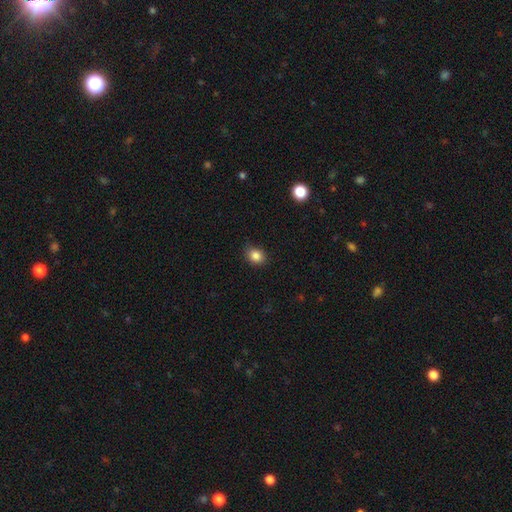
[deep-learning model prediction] Smooth or featured: smooth — 84% (star or artifact — 11%)
How rounded: round — 60% (in between — 39%)
Merging: none — 82% (minor disturbance — 14%)